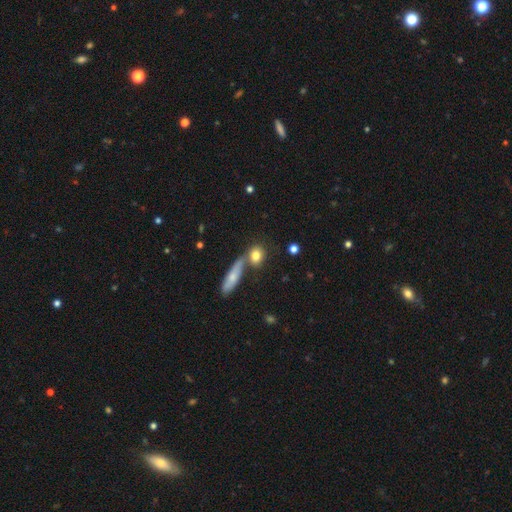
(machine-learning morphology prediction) A smooth galaxy with no disk features (77%) that is round (56%). Merging: none (56%).